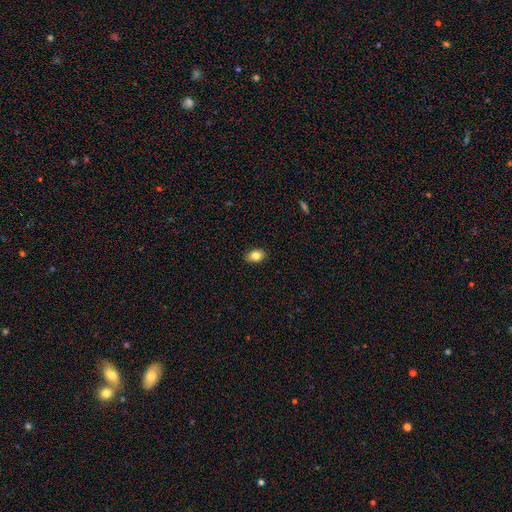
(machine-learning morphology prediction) A smooth galaxy with no disk features (83%) that is in between round and cigar-shaped (83%). Merging: none (88%).